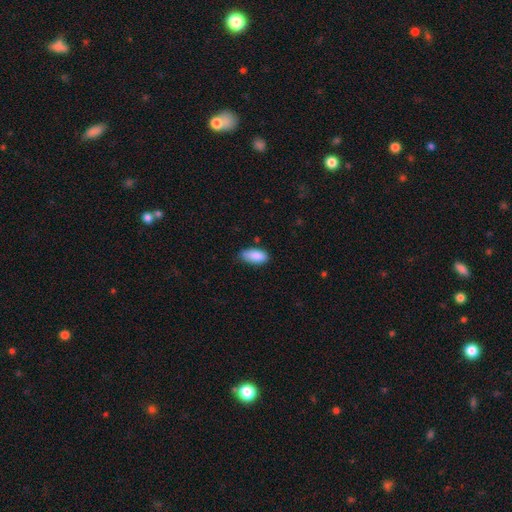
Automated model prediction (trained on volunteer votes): Smooth or featured? smooth (88%)
How rounded? in between (90%)
Merging? none (70%)